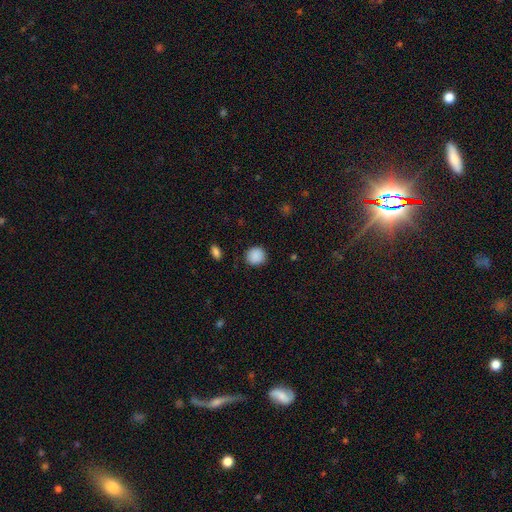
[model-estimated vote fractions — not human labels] smooth 89%, star or artifact 8%, featured or disk 3%. Down the decision tree: how rounded — round (89%); merging — none (88%).